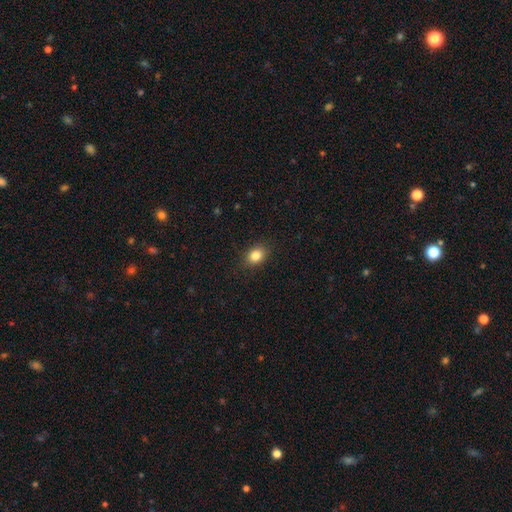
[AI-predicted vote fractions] Smooth or featured? Predicted: smooth (p=0.84). How rounded? Predicted: in between (p=0.58). Merging? Predicted: none (p=0.88).